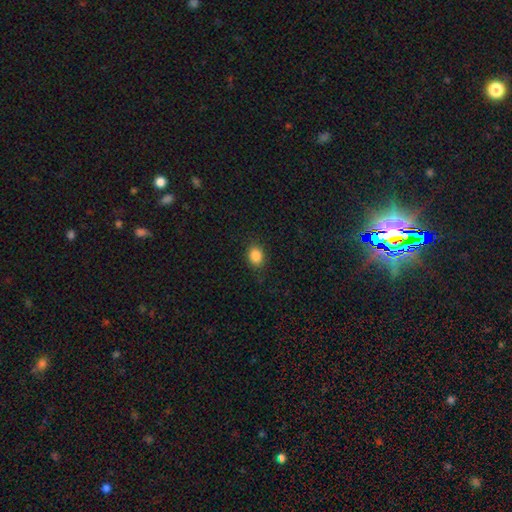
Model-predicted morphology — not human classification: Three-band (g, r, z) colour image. It shows a smooth galaxy with no disk features (86%) that is in between round and cigar-shaped (56%). Merging: none (85%).